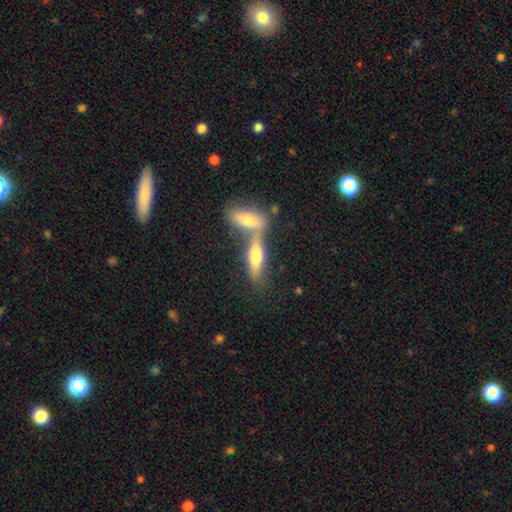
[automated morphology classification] type=smooth (57%); roundness=cigar-shaped (51%); merging=merger (54%).